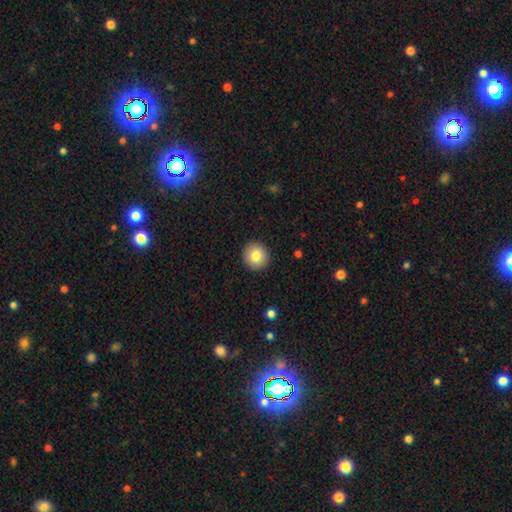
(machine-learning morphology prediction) The model was most divided on "smooth or featured": smooth: 82%, featured or disk: 9%, star or artifact: 9%. More confident: how rounded — round (93%); merging — none (92%).